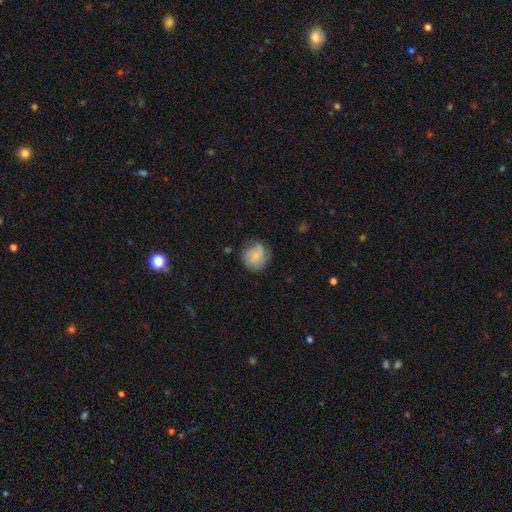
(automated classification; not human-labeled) A smooth galaxy with no disk features (49%).

Vote fractions:
- Smooth or featured? smooth: 49% / featured or disk: 44% / star or artifact: 8%
- Merging? none: 66% / minor disturbance: 24% / major disturbance: 9% / merger: 1%